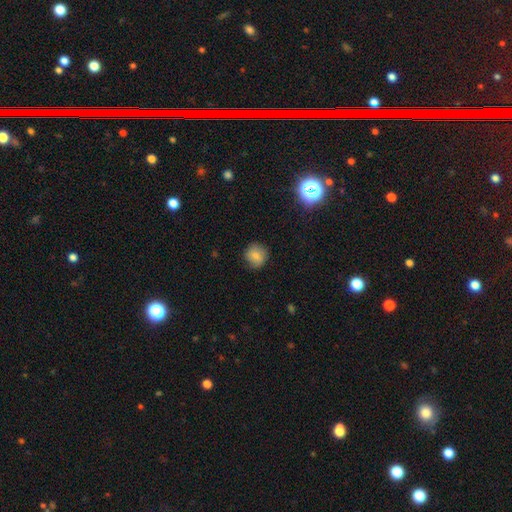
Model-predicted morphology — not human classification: smooth-or-featured: smooth: 76% | featured or disk: 13% | star or artifact: 11%
  how-rounded: round: 88% | in between: 11% | cigar-shaped: 1%
  merging: none: 81% | minor disturbance: 15% | major disturbance: 3% | merger: 1%